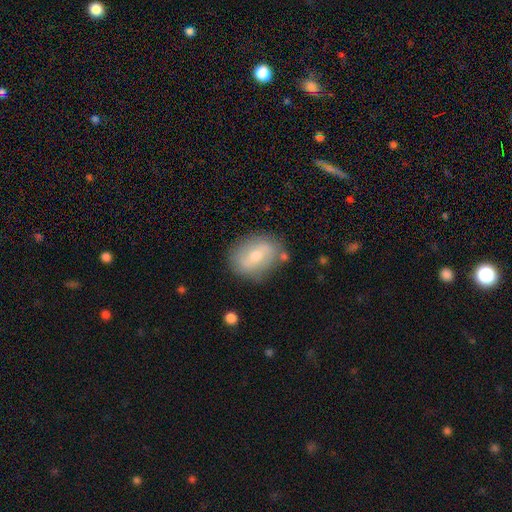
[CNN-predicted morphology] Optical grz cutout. It shows a smooth galaxy with no disk features (50%) that is in between round and cigar-shaped (61%). Merging: none (79%).